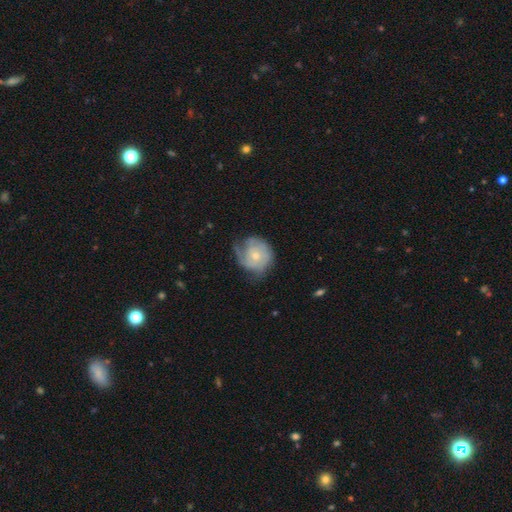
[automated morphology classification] Smooth or featured: featured or disk — 68% (smooth — 26%)
Edge-on disk: no — 98% (yes — 2%)
Bar: no — 80% (weak — 17%)
Spiral arms: yes — 85% (no — 15%)
Spiral winding: tight — 60% (medium — 28%)
Spiral arm count: can't tell — 33% (2 — 30%)
Bulge size: small — 56% (moderate — 40%)
Merging: none — 53% (minor disturbance — 30%)